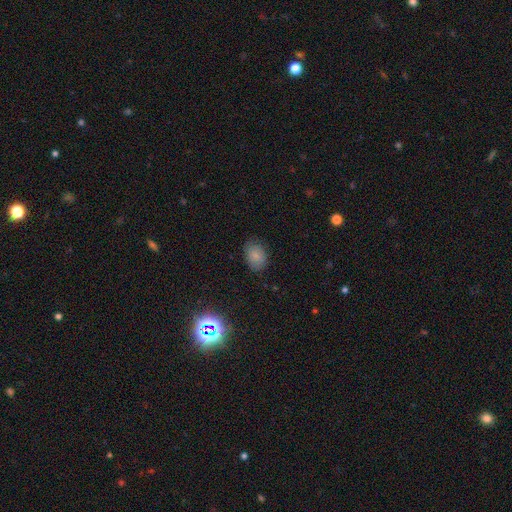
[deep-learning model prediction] smooth 83%, star or artifact 10%, featured or disk 7%. Down the decision tree: how rounded — in between (74%); merging — none (81%).